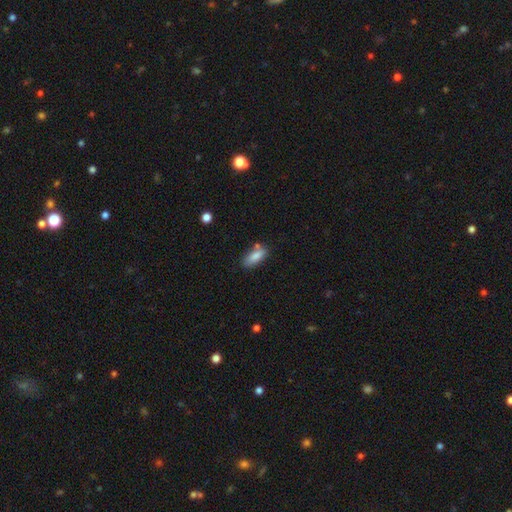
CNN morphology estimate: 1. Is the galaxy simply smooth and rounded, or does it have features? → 84% smooth, 9% featured or disk, 7% star or artifact.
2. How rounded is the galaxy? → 75% in between, 23% cigar-shaped, 2% round.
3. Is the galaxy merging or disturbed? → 70% none, 17% minor disturbance, 10% merger, 4% major disturbance.